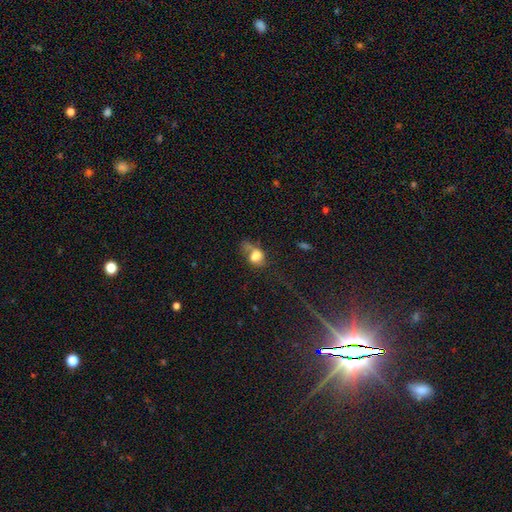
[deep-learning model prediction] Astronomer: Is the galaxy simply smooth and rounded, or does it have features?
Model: smooth — 64%.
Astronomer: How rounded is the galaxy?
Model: in between — 67%.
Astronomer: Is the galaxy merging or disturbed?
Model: major disturbance — 33% (runner-up: none, 24%).